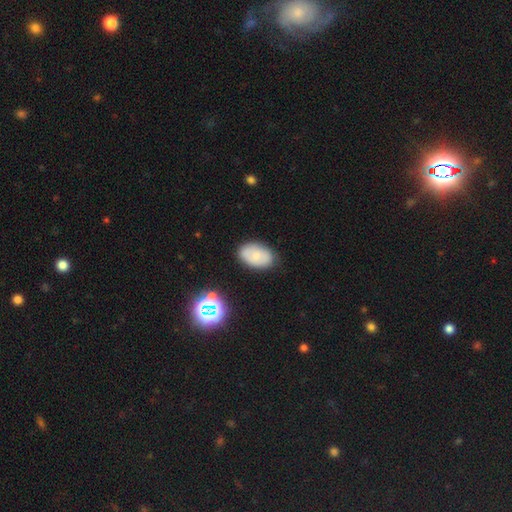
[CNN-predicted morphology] smooth 68%, featured or disk 22%, star or artifact 10%. Down the decision tree: how rounded — in between (90%); merging — none (80%).